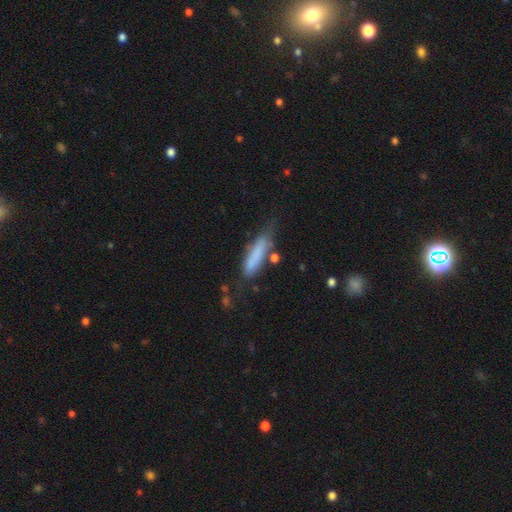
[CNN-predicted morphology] Smooth or featured?
  - smooth: 76% *
  - featured or disk: 17%
  - star or artifact: 8%
How rounded?
  - cigar-shaped: 72% *
  - in between: 26%
  - round: 2%
Merging?
  - none: 54% *
  - minor disturbance: 28%
  - major disturbance: 11%
  - merger: 7%